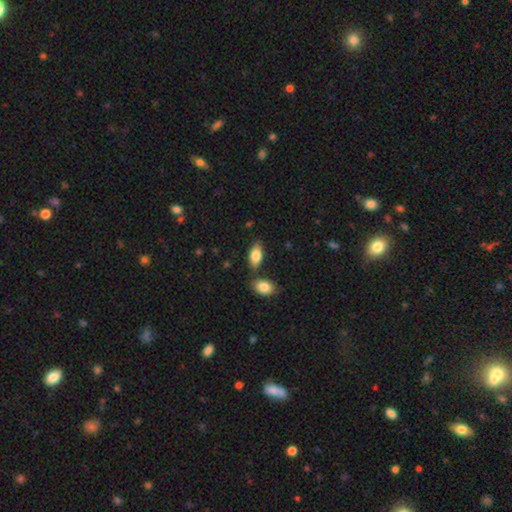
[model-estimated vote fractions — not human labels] Morphology: type=smooth (82%); roundness=in between (91%); merging=none (74%).